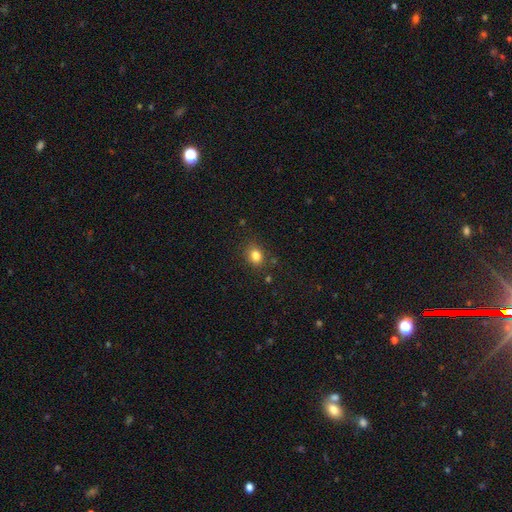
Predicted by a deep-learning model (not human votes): A smooth galaxy with no disk features (82%) that is round (57%). Merging: none (83%).